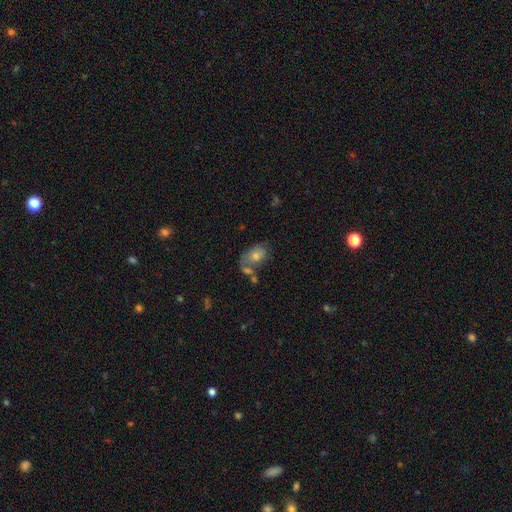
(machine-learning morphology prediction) Smooth or featured: smooth — 55% (featured or disk — 33%)
How rounded: in between — 80% (round — 18%)
Merging: none — 44% (merger — 25%)